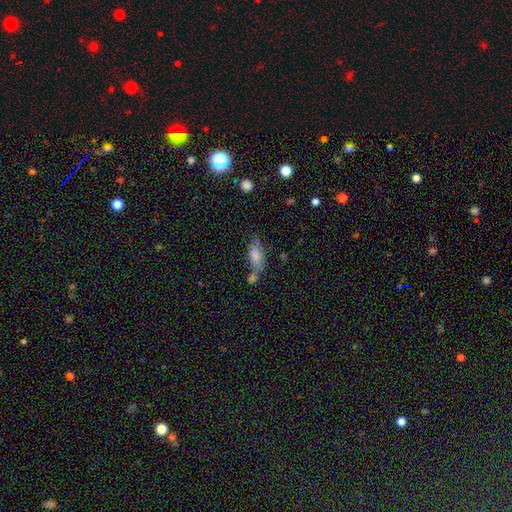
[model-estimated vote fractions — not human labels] smooth 73%, featured or disk 19%, star or artifact 8%. Down the decision tree: how rounded — in between (78%); merging — none (44%).